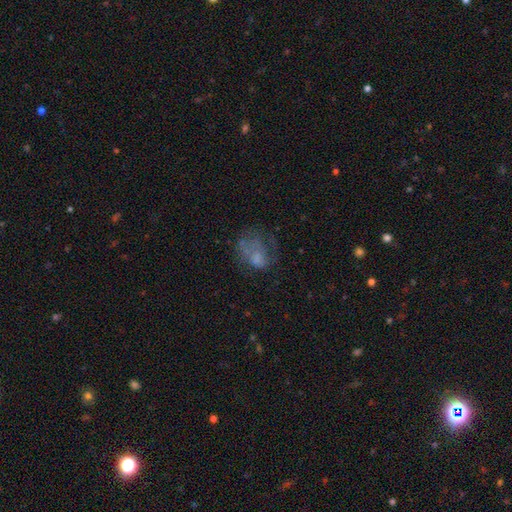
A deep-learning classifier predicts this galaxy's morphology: type=smooth (47%); merging=major disturbance (38%).